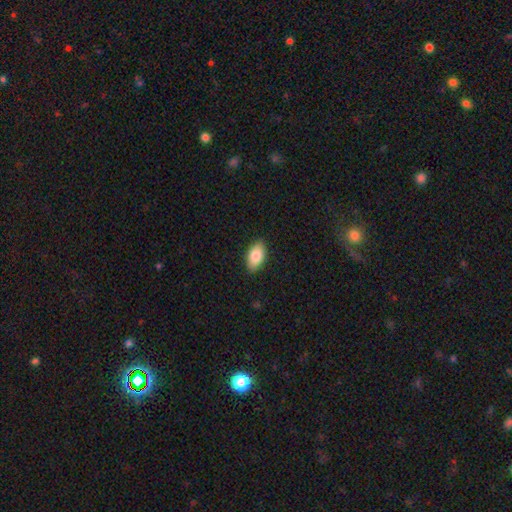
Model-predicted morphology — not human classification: A smooth galaxy with no disk features (85%) that is in between round and cigar-shaped (94%).

Vote fractions:
- Smooth or featured? smooth: 85% / featured or disk: 8% / star or artifact: 6%
- How rounded? in between: 94% / round: 4% / cigar-shaped: 3%
- Merging? none: 87% / minor disturbance: 10% / major disturbance: 2% / merger: 1%